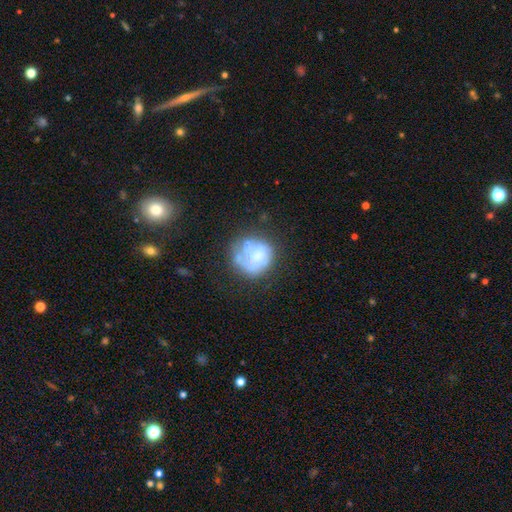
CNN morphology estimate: featured or disk 56%, smooth 35%, star or artifact 10%. Down the decision tree: edge-on disk — no (98%); bar — no (87%); spiral arms — no (79%); bulge size — none (49%); merging — none (49%).